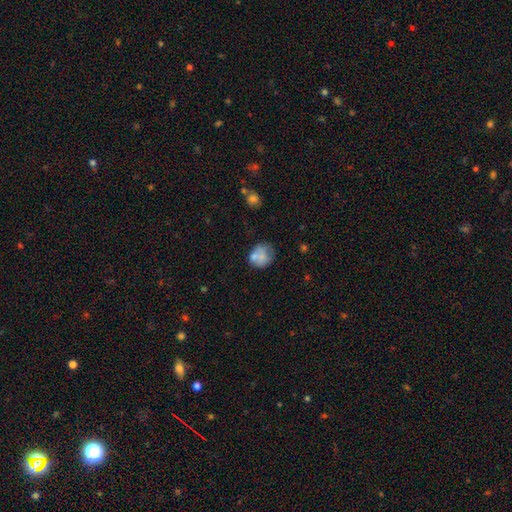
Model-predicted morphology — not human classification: The model was most divided on "merging": none: 47%, minor disturbance: 22%, merger: 19%, major disturbance: 12%. More confident: how rounded — round (70%); smooth or featured — smooth (67%).